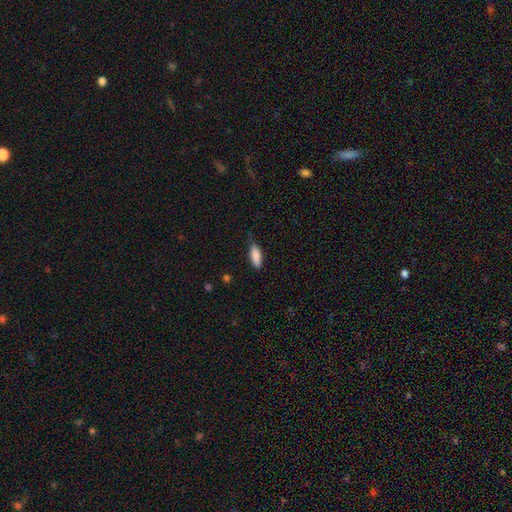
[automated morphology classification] A smooth galaxy with no disk features (85%) that is in between round and cigar-shaped (65%).

Vote fractions:
- Smooth or featured? smooth: 85% / featured or disk: 9% / star or artifact: 6%
- How rounded? in between: 65% / cigar-shaped: 33% / round: 2%
- Merging? none: 70% / minor disturbance: 25% / major disturbance: 4% / merger: 1%